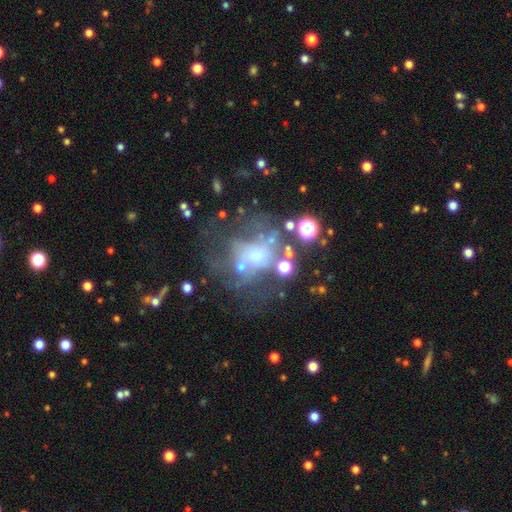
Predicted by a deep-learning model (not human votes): The model was most divided on "merging": none: 37%, major disturbance: 30%, minor disturbance: 17%, merger: 15%. Remaining: smooth or featured — featured or disk (48%).